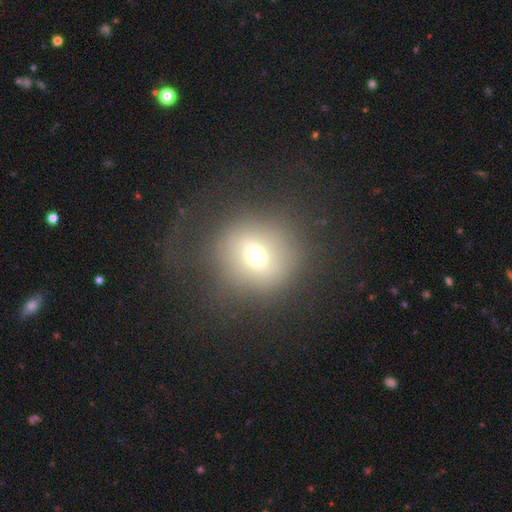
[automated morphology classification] Smooth or featured? smooth (58%)
How rounded? round (89%)
Merging? none (63%)